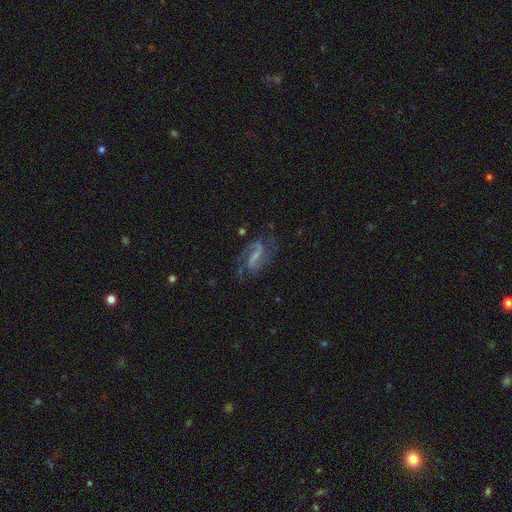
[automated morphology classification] Smooth or featured: featured or disk — 81% (smooth — 11%)
Edge-on disk: no — 96% (yes — 4%)
Bar: strong — 45% (weak — 39%)
Spiral arms: yes — 94% (no — 6%)
Spiral winding: medium — 48% (loose — 37%)
Spiral arm count: 2 — 85% (1 — 6%)
Bulge size: none — 50% (small — 31%)
Merging: none — 66% (minor disturbance — 18%)